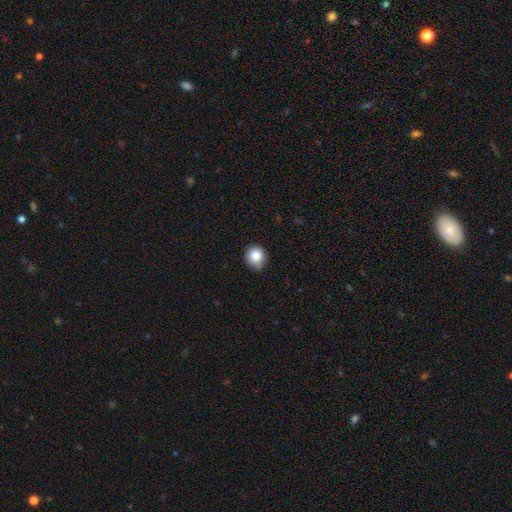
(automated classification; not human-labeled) This appears to be a smooth galaxy with no disk features (84%) that is round (88%). Merging: none (82%).